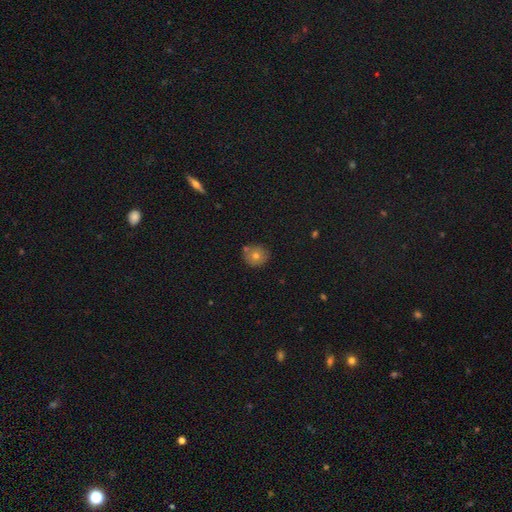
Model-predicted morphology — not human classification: Smooth or featured? Predicted: smooth (p=0.69). How rounded? Predicted: round (p=0.87). Merging? Predicted: none (p=0.79).